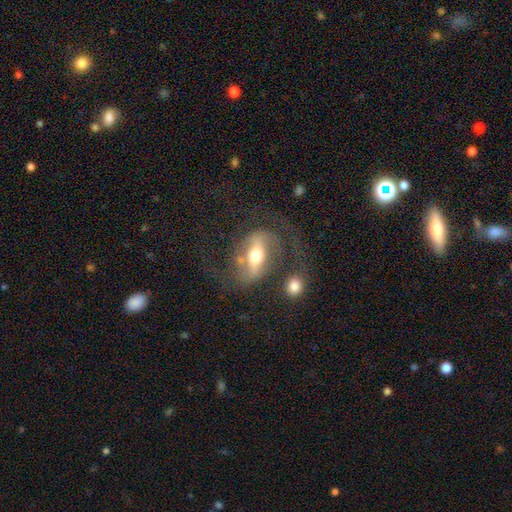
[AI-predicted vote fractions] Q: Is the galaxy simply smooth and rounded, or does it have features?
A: featured or disk — 77%.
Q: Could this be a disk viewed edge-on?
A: no — 87%.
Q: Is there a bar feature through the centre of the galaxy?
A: strong — 67%.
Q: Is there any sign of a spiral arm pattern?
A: yes — 72%.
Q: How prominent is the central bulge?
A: moderate — 69%.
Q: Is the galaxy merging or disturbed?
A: none — 51%.